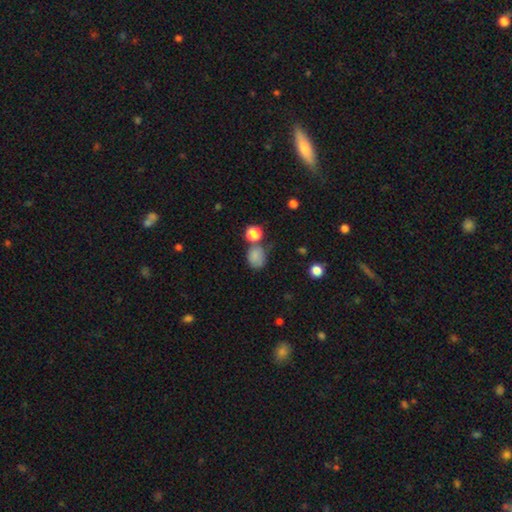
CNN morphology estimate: Q: Smooth or featured?
A: smooth (80%); runner-up: star or artifact (13%)
Q: How rounded?
A: round (53%); runner-up: in between (46%)
Q: Merging?
A: none (54%); runner-up: minor disturbance (20%)